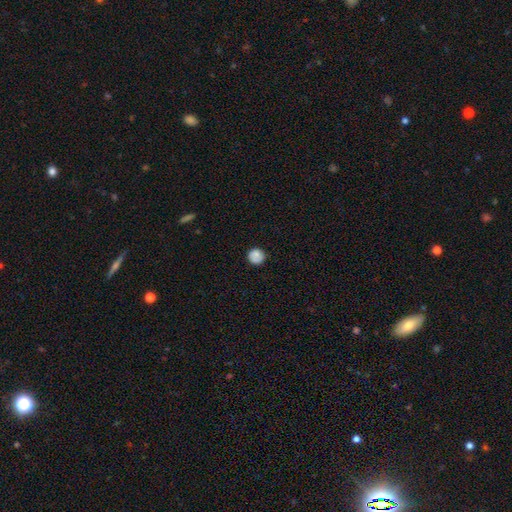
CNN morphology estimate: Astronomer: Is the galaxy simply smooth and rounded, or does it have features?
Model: smooth — 78%.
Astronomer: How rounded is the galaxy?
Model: round — 89%.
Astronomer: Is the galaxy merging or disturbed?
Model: none — 81%.